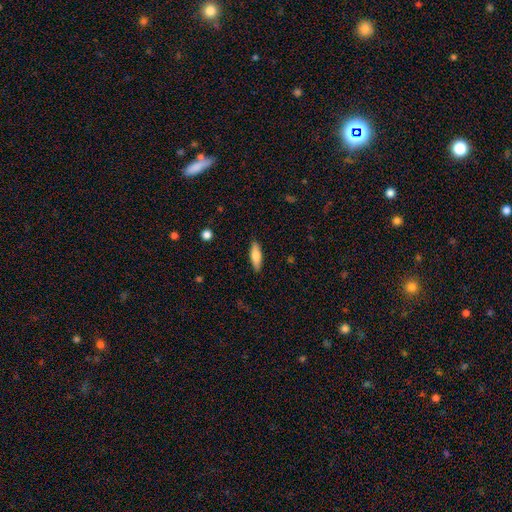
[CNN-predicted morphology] type=smooth (71%); roundness=cigar-shaped (51%); merging=none (88%).